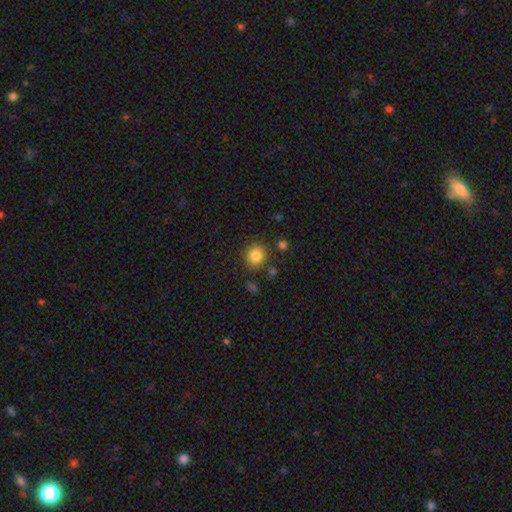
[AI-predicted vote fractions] The model was most divided on "how rounded": round: 82%, in between: 17%, cigar-shaped: 1%. More confident: smooth or featured — smooth (84%); merging — none (83%).